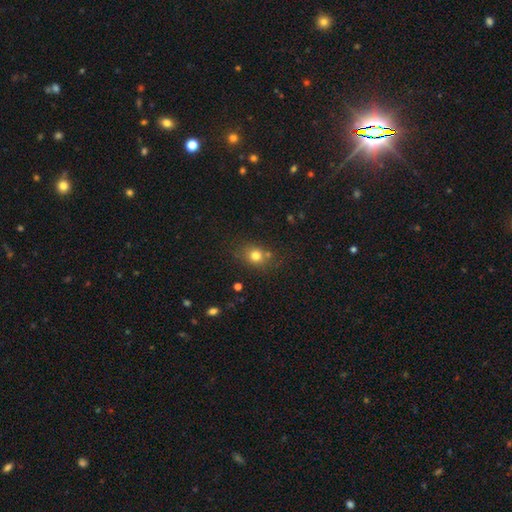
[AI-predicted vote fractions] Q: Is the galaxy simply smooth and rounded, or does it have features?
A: smooth — 76%.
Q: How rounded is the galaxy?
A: round — 66%.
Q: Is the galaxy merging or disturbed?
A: none — 71%.